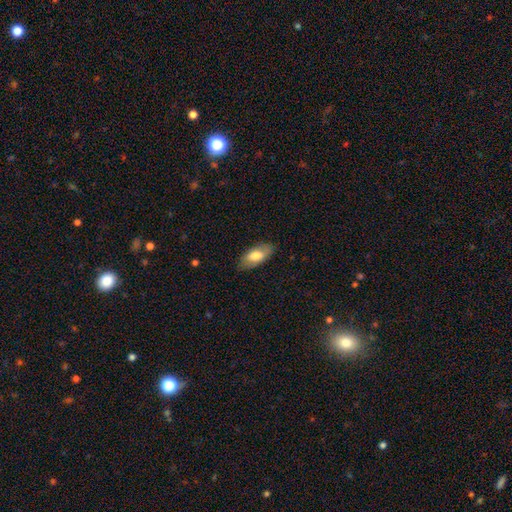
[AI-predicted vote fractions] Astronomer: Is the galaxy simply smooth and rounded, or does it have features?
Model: smooth — 75%.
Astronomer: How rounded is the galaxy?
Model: in between — 87%.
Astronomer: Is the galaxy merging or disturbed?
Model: none — 83%.